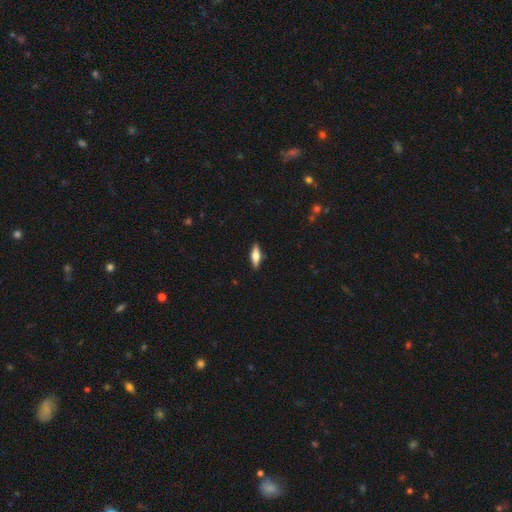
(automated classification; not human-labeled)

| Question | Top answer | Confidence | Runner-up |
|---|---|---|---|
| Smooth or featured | smooth | 53% | featured or disk (40%) |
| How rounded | in between | 55% | cigar-shaped (42%) |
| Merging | none | 88% | minor disturbance (9%) |